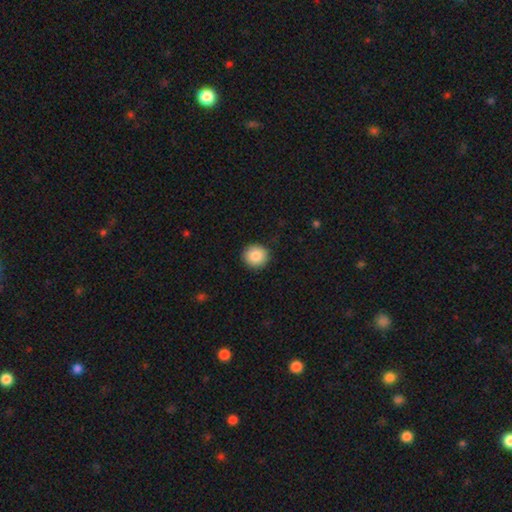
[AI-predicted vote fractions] Smooth or featured? Predicted: smooth (p=0.86). How rounded? Predicted: round (p=0.93). Merging? Predicted: none (p=0.91).